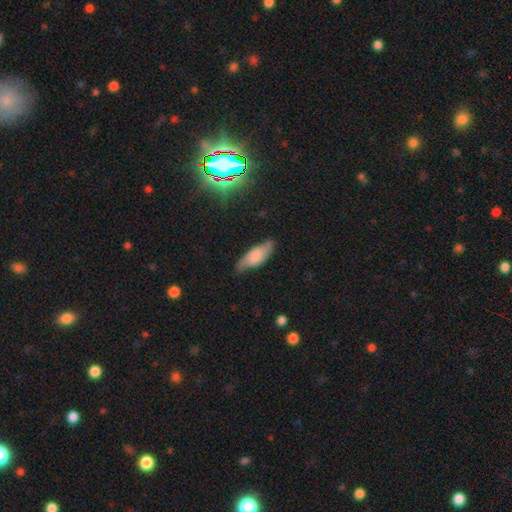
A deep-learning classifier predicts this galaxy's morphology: Q: Smooth or featured?
A: smooth (58%); runner-up: featured or disk (35%)
Q: How rounded?
A: in between (69%); runner-up: cigar-shaped (29%)
Q: Merging?
A: none (69%); runner-up: minor disturbance (24%)